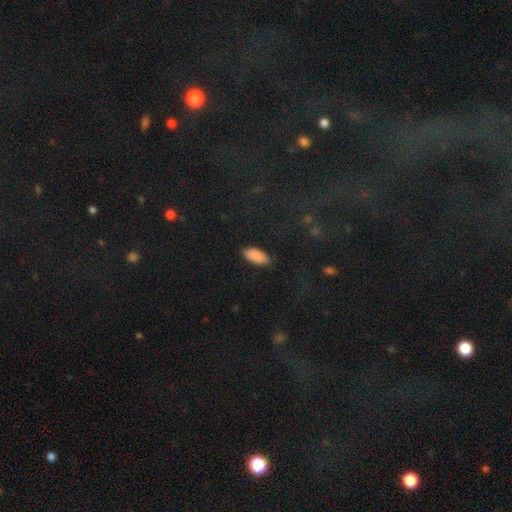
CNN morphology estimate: This appears to be a smooth galaxy with no disk features (89%) that is in between round and cigar-shaped (90%). Merging: none (84%).